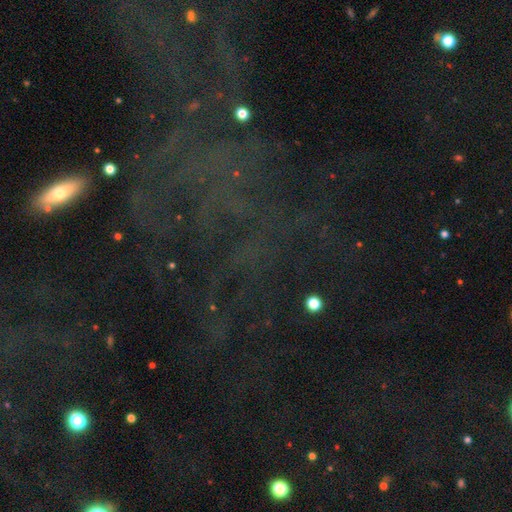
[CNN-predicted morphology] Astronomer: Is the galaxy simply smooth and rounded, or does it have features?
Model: star or artifact — 59%.